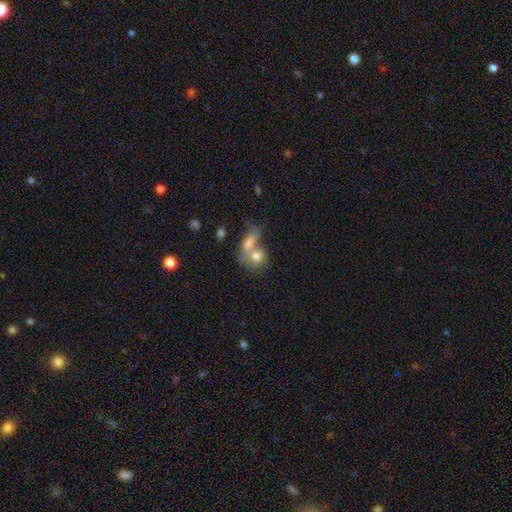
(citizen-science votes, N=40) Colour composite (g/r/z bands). It shows a smooth galaxy with no disk features (78%) that is round (74%). Merging: merger (51%).